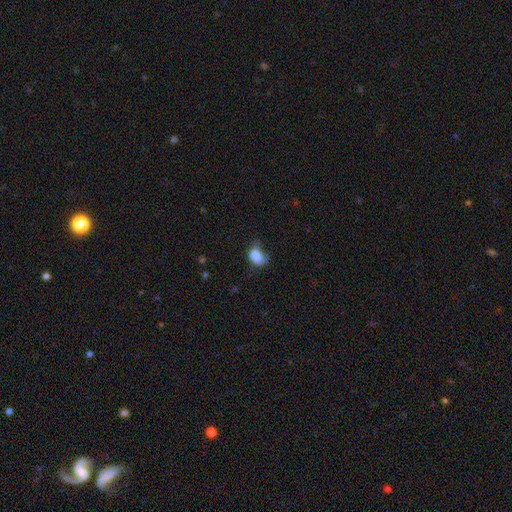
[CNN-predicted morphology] Overall: smooth (81%). How rounded: in between (72%). Merging: minor disturbance (39%; none 34%).